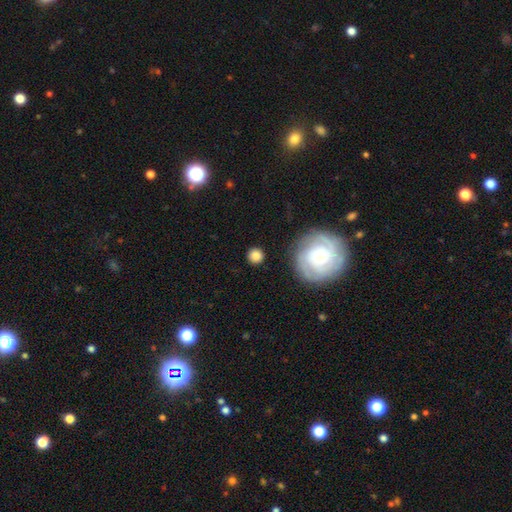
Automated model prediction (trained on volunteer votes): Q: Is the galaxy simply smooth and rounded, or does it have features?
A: smooth — 80%.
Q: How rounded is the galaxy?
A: round — 92%.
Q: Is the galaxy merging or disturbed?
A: none — 86%.